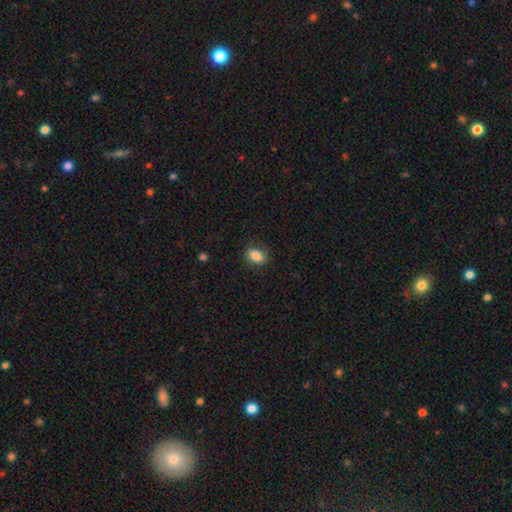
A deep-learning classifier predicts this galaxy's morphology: This is clearly a smooth galaxy (83%). How rounded: likely in between (78%). Merging: clearly none (82%).